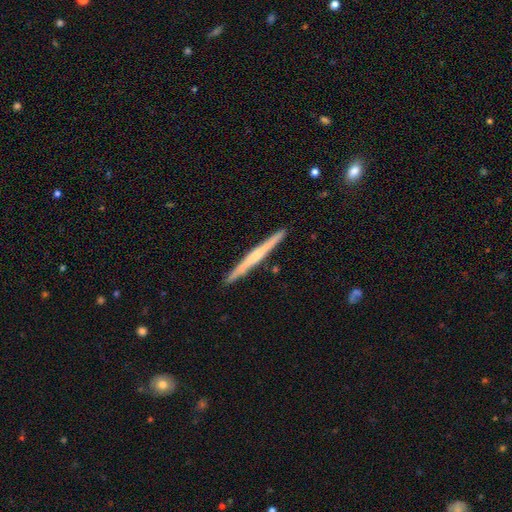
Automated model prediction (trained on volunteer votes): Overall: featured or disk (60%; smooth 35%). Edge-on disk: yes (98%). Edge-on bulge: none (54%; rounded 37%). Merging: none (92%).